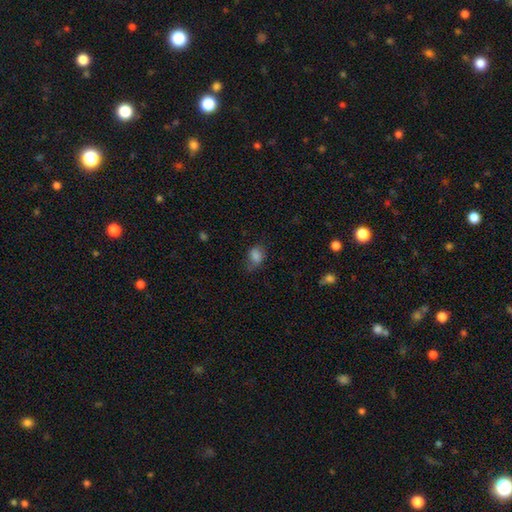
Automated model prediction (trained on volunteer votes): This is likely a smooth galaxy (80%). How rounded: likely in between (74%). Merging: possibly none (55%).